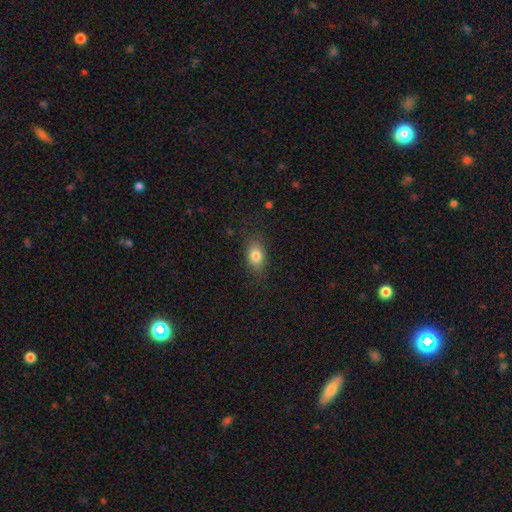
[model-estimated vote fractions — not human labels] This appears to be a smooth galaxy with no disk features (81%) that is in between round and cigar-shaped (76%). Merging: none (80%).